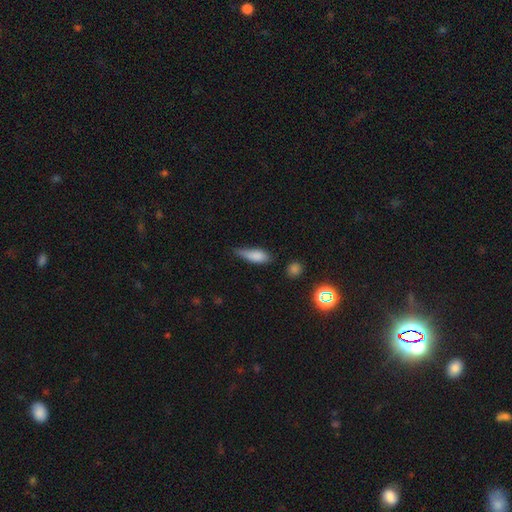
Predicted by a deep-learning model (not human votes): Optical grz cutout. It shows a smooth galaxy with no disk features (80%) that is in between round and cigar-shaped (62%). Merging: minor disturbance (44%).